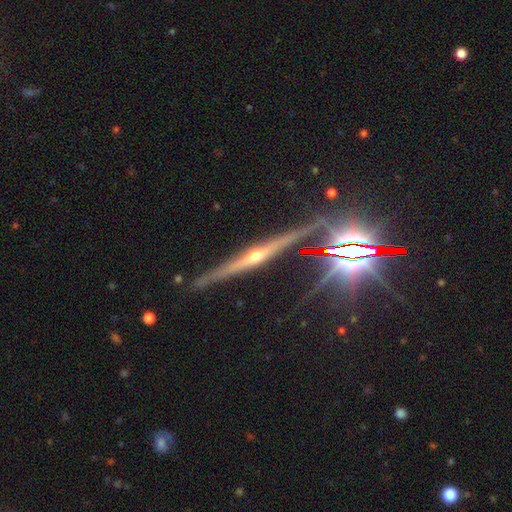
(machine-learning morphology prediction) A featured or disk galaxy (77%) viewed edge-on (97%) with a rounded central bulge (89%). Merging: none (87%).